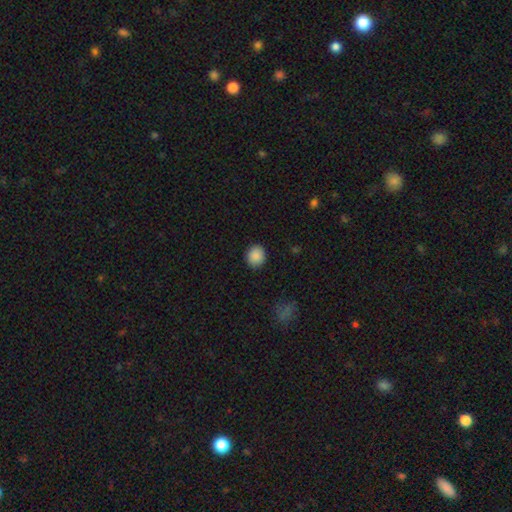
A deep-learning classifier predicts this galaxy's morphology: type=smooth (88%); roundness=round (80%); merging=none (90%).